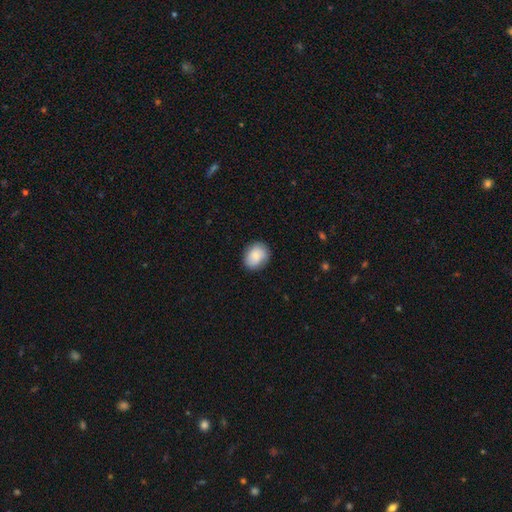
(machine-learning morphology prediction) type=smooth (78%); roundness=round (57%); merging=none (84%).